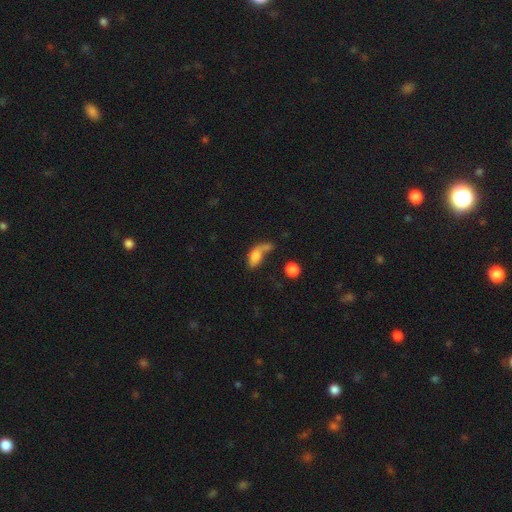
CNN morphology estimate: Smooth or featured? Predicted: smooth (p=0.66). How rounded? Predicted: in between (p=0.79). Merging? Predicted: major disturbance (p=0.30).